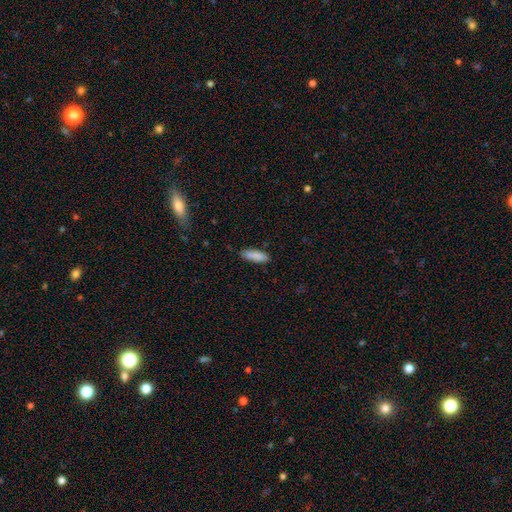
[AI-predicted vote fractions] smooth_or_featured: smooth (p=0.88) [alt: star or artifact p=0.06]
how_rounded: in between (p=0.59) [alt: cigar-shaped p=0.40]
merging: none (p=0.82) [alt: minor disturbance p=0.14]